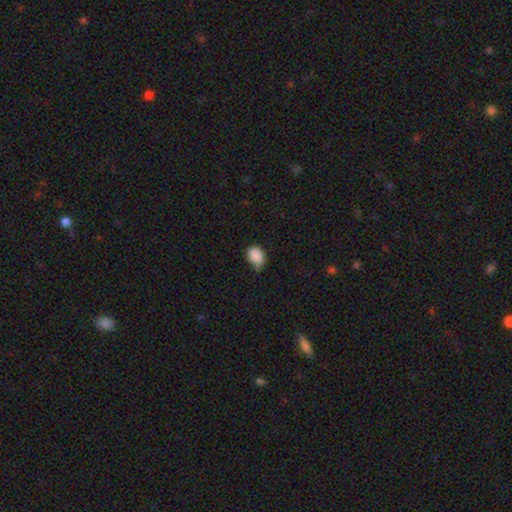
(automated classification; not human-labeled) A smooth galaxy with no disk features (87%) that is in between round and cigar-shaped (64%). Merging: none (46%).